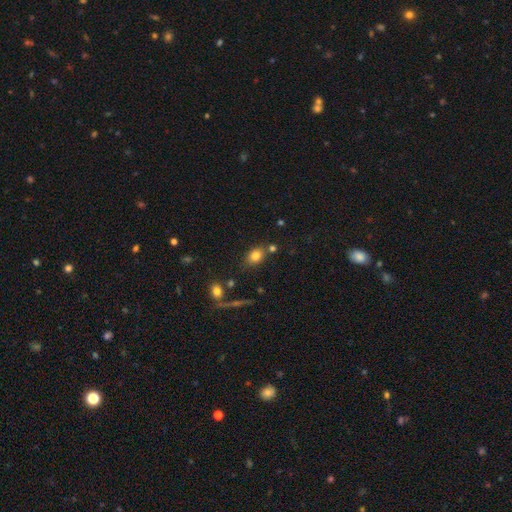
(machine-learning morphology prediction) smooth 78%, star or artifact 12%, featured or disk 10%. Down the decision tree: how rounded — in between (61%); merging — none (70%).